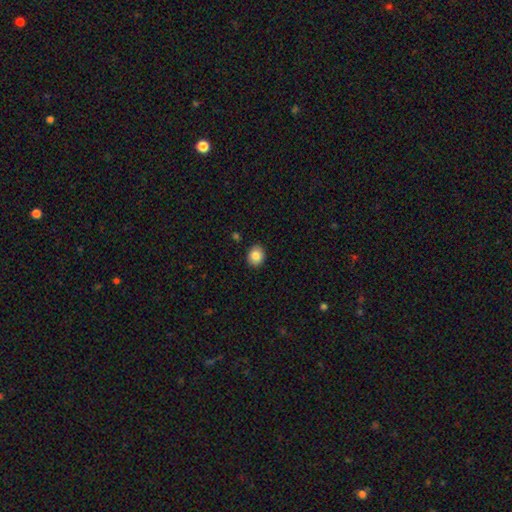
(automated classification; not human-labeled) Smooth or featured? smooth (85%)
How rounded? round (59%)
Merging? none (90%)